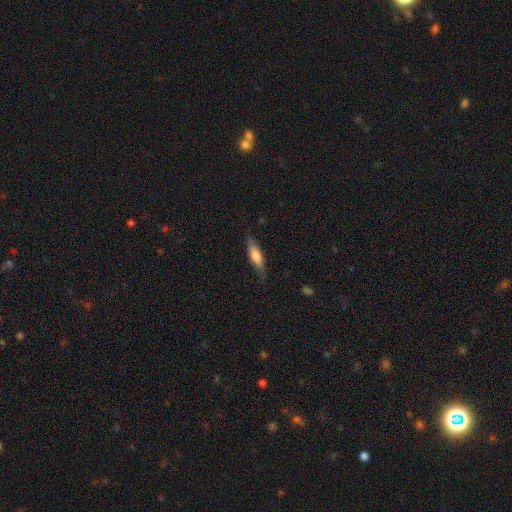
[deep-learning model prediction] smooth 66%, featured or disk 28%, star or artifact 6%. Down the decision tree: how rounded — cigar-shaped (61%); merging — none (78%).